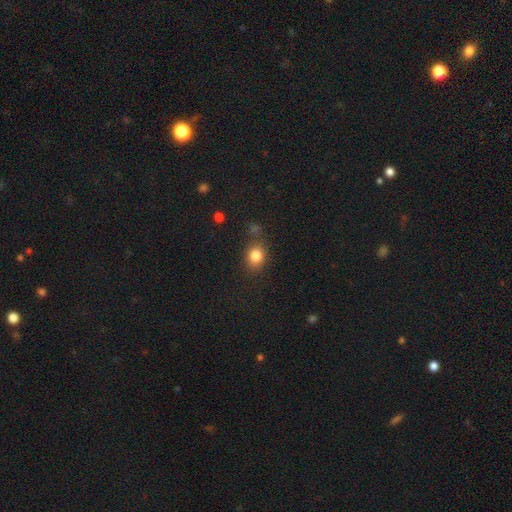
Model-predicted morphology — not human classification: Smooth or featured?
  - smooth: 83% *
  - star or artifact: 11%
  - featured or disk: 6%
How rounded?
  - round: 49% * (tied)
  - in between: 49% * (tied)
  - cigar-shaped: 1%
Merging?
  - none: 72% *
  - minor disturbance: 16%
  - merger: 7%
  - major disturbance: 5%